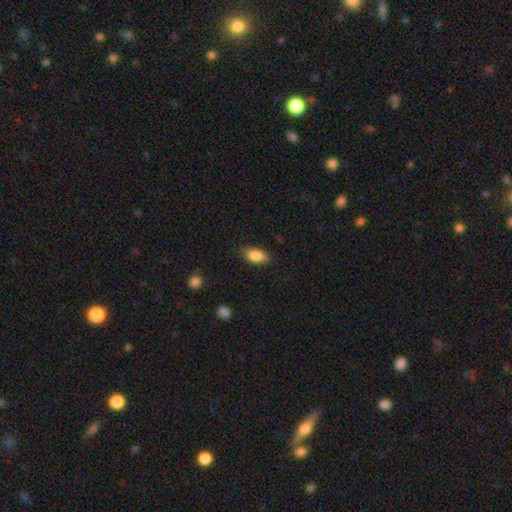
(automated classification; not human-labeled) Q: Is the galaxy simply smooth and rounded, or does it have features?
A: smooth — 85%.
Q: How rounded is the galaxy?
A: in between — 88%.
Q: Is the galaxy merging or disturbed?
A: none — 82%.